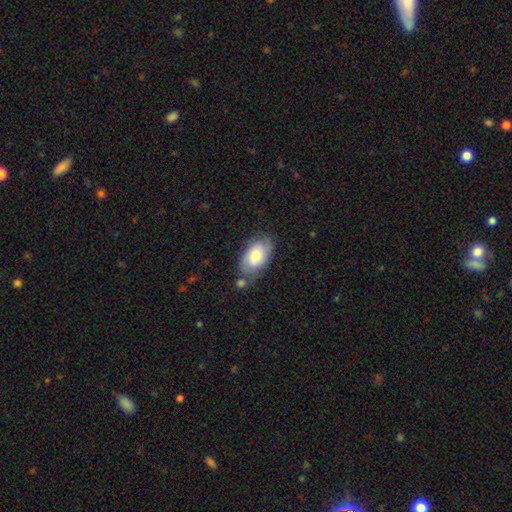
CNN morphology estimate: Q: Smooth or featured?
A: smooth (70%); runner-up: featured or disk (23%)
Q: How rounded?
A: in between (94%); runner-up: round (4%)
Q: Merging?
A: none (65%); runner-up: minor disturbance (21%)